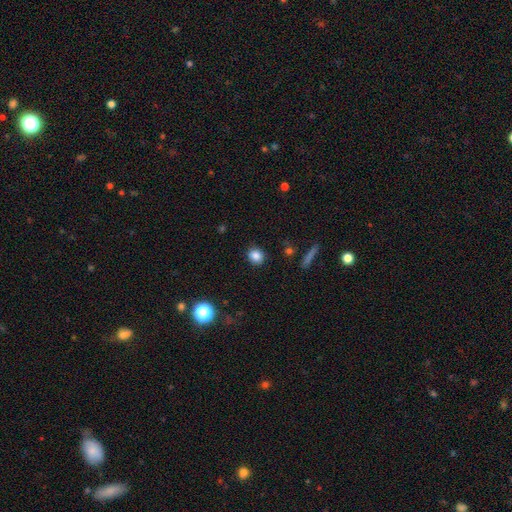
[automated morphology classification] Overall: smooth (84%). How rounded: round (70%). Merging: none (88%).